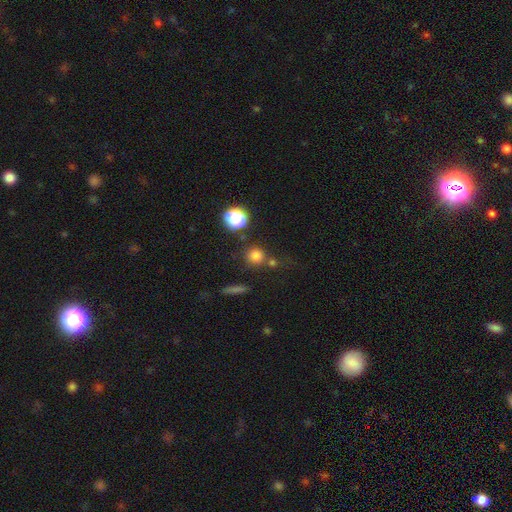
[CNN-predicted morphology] smooth_or_featured: smooth (p=0.75) [alt: star or artifact p=0.18]
how_rounded: round (p=0.90) [alt: in between p=0.08]
merging: none (p=0.72) [alt: merger p=0.15]